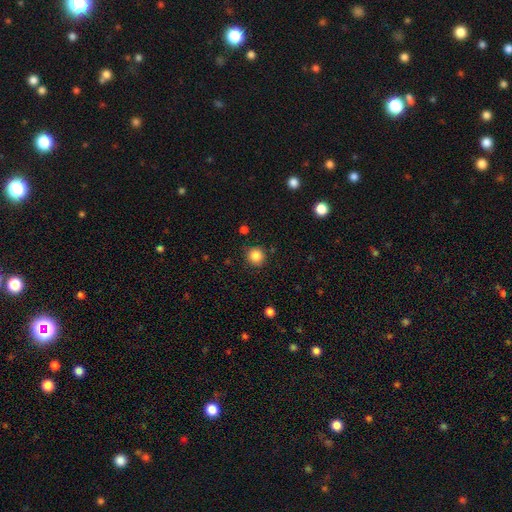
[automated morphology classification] Smooth or featured?
  - smooth: 85% *
  - star or artifact: 11%
  - featured or disk: 4%
How rounded?
  - round: 93% *
  - in between: 6%
  - cigar-shaped: 1%
Merging?
  - none: 87% *
  - minor disturbance: 8%
  - major disturbance: 3%
  - merger: 2%